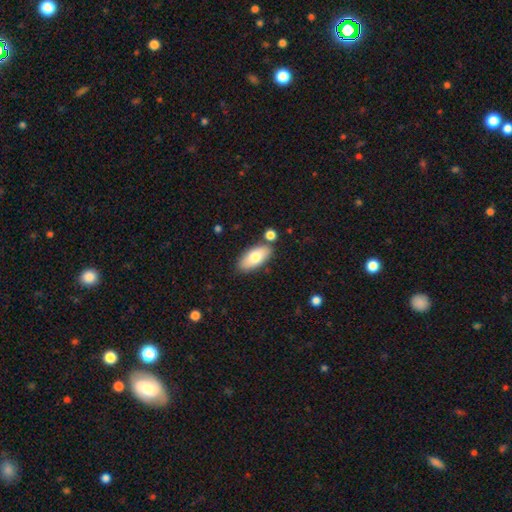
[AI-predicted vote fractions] This appears to be a smooth galaxy with no disk features (75%) that is in between round and cigar-shaped (88%). Merging: none (81%).